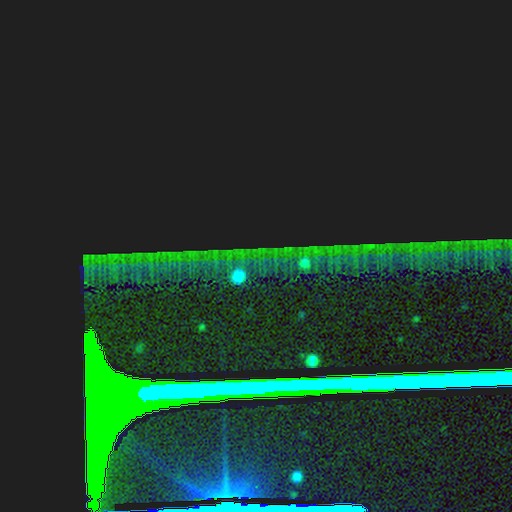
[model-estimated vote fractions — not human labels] Smooth or featured? Predicted: star or artifact (p=0.85).